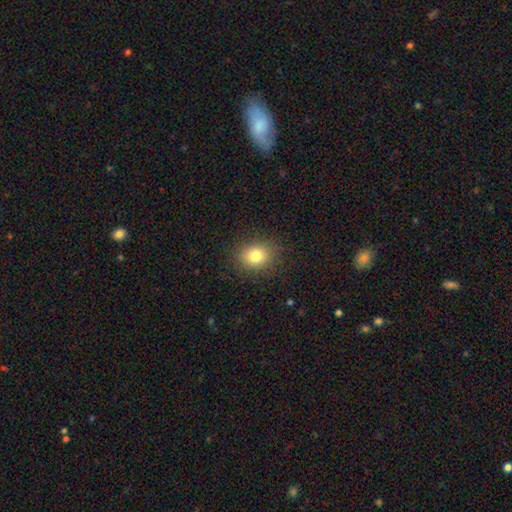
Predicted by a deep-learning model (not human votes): smooth_or_featured: smooth (p=0.80) [alt: star or artifact p=0.12]
how_rounded: round (p=0.61) [alt: in between p=0.39]
merging: none (p=0.87) [alt: minor disturbance p=0.09]